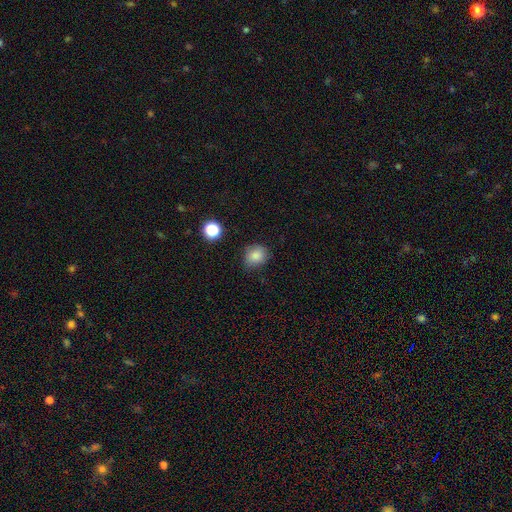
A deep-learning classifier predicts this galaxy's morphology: A smooth galaxy with no disk features (83%) that is round (68%). Merging: none (71%).